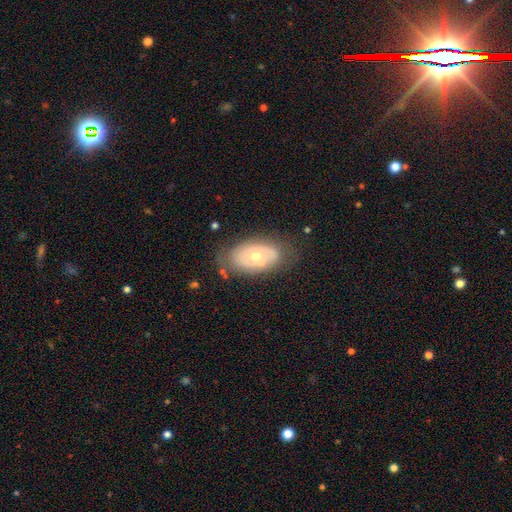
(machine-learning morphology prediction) smooth-or-featured: featured or disk: 57% | smooth: 36% | star or artifact: 7%
  disk-edge-on: no: 91% | yes: 9%
    bar: no: 86% | weak: 11% | strong: 3%
    has-spiral-arms: no: 60% | yes: 40%
    bulge-size: moderate: 57% | small: 39% | large: 3% | none: 1% | dominant: 1%
  merging: none: 70% | minor disturbance: 20% | major disturbance: 7% | merger: 3%